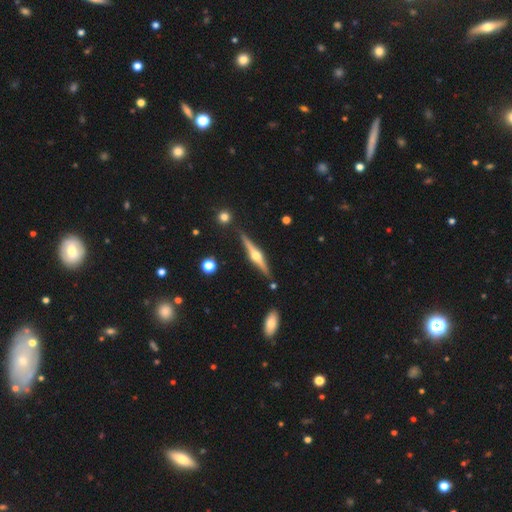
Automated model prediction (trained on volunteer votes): This appears to be a featured or disk galaxy (79%) viewed edge-on (98%) with a rounded central bulge (95%). Merging: none (87%).